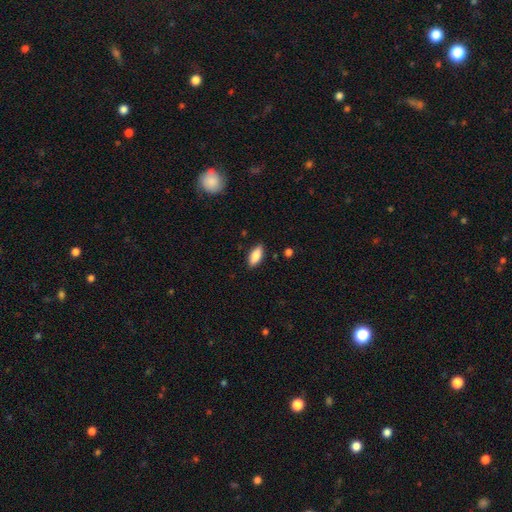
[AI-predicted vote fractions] Overall: smooth (85%). How rounded: in between (80%). Merging: none (86%).